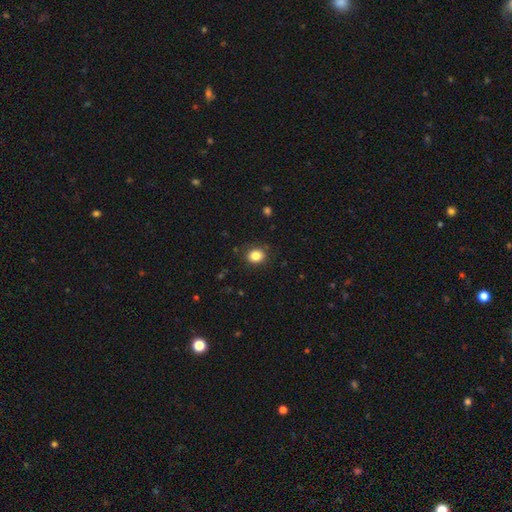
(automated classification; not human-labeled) smooth 84%, star or artifact 10%, featured or disk 5%. Down the decision tree: how rounded — round (62%); merging — none (86%).